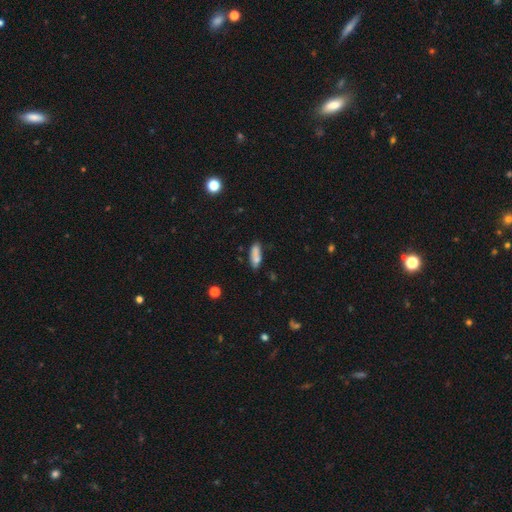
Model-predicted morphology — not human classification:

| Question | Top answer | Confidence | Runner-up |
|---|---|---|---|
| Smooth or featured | smooth | 79% | featured or disk (13%) |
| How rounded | in between | 59% | cigar-shaped (38%) |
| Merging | none | 64% | minor disturbance (23%) |